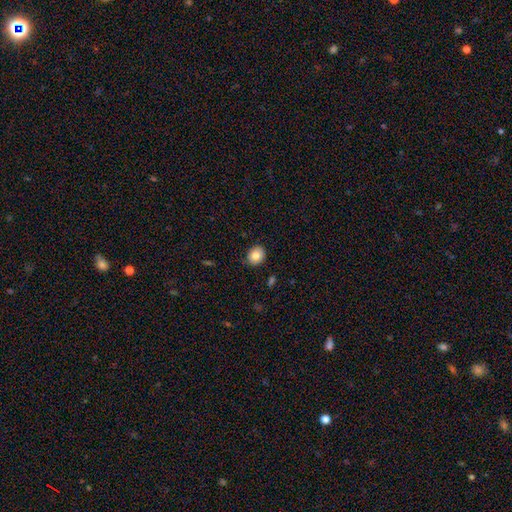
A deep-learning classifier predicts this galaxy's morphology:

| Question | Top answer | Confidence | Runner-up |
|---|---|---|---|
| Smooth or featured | smooth | 81% | featured or disk (11%) |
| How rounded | round | 64% | in between (35%) |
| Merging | none | 87% | minor disturbance (10%) |